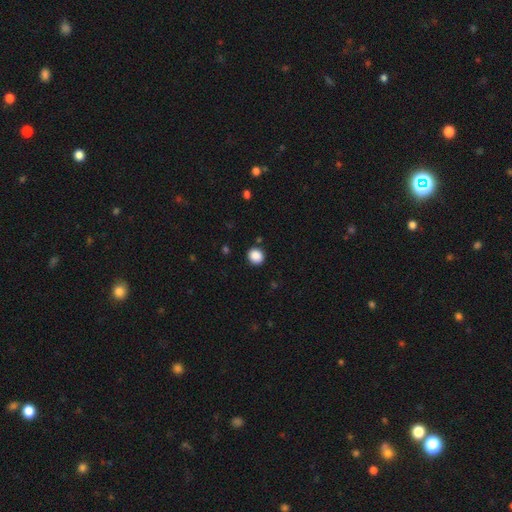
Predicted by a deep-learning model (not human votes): Overall: smooth (88%). How rounded: round (81%). Merging: none (89%).